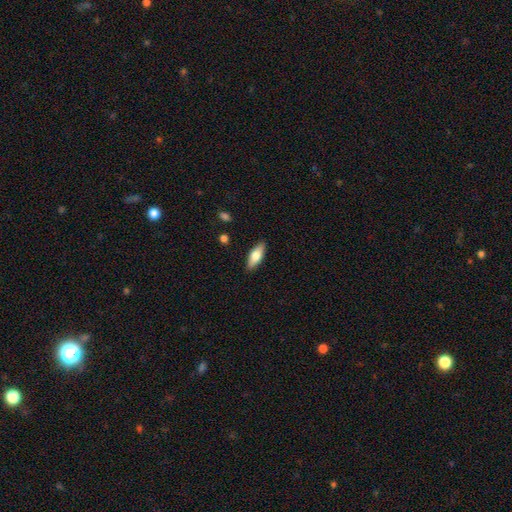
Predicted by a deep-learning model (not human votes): Morphology: type=smooth (69%); roundness=in between (67%); merging=none (88%).